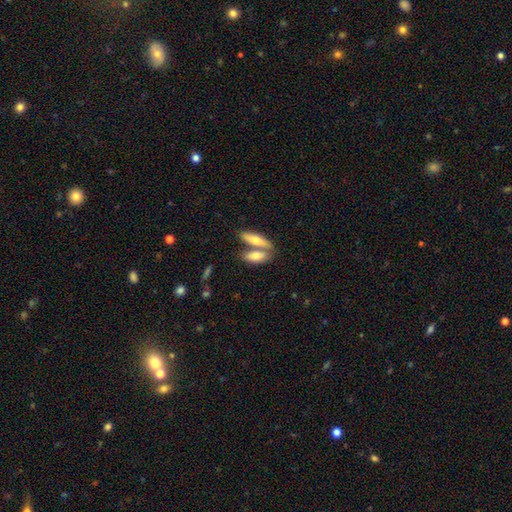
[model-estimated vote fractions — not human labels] Smooth or featured? Predicted: smooth (p=0.69). How rounded? Predicted: in between (p=0.62). Merging? Predicted: merger (p=0.50).